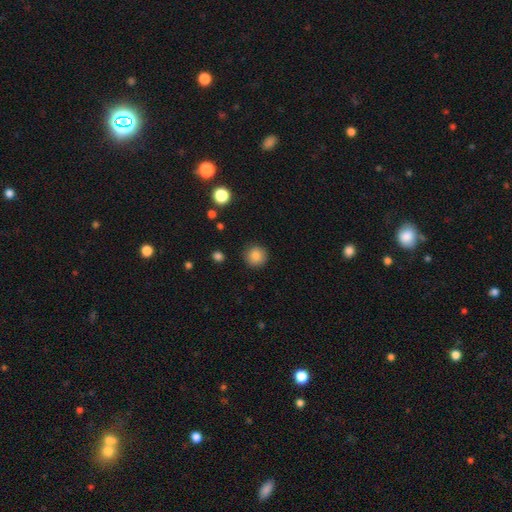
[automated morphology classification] A smooth galaxy with no disk features (86%) that is round (93%).

Vote fractions:
- Smooth or featured? smooth: 86% / star or artifact: 9% / featured or disk: 5%
- How rounded? round: 93% / in between: 6% / cigar-shaped: 1%
- Merging? none: 90% / minor disturbance: 6% / major disturbance: 2% / merger: 1%